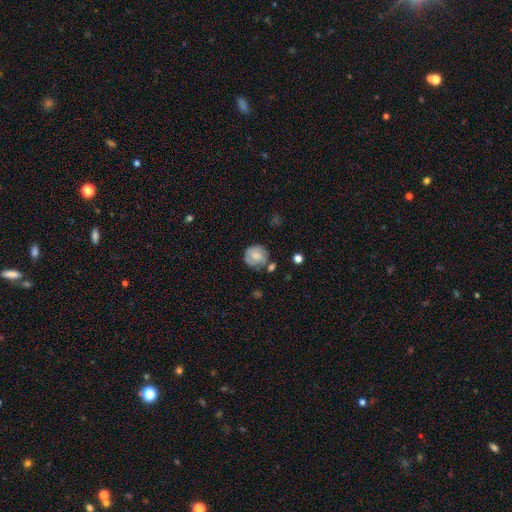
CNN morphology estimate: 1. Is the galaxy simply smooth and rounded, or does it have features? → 62% smooth, 30% featured or disk, 8% star or artifact.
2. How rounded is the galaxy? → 84% round, 15% in between, 1% cigar-shaped.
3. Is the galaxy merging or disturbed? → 58% none, 23% minor disturbance, 10% merger, 8% major disturbance.